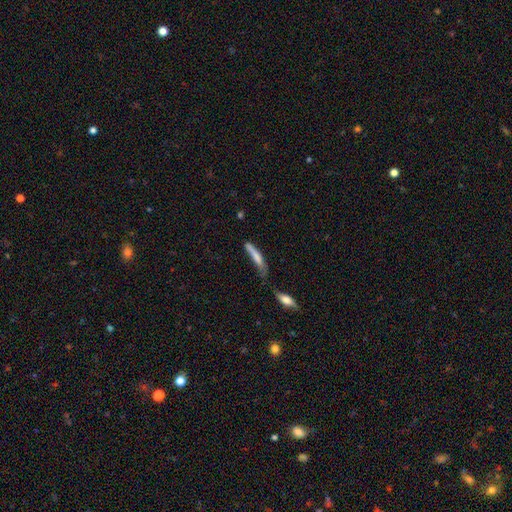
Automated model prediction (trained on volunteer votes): Smooth or featured?
  - smooth: 71% *
  - featured or disk: 22%
  - star or artifact: 7%
How rounded?
  - cigar-shaped: 87% *
  - in between: 11%
  - round: 2%
Merging?
  - none: 36% *
  - minor disturbance: 29%
  - major disturbance: 21%
  - merger: 15%